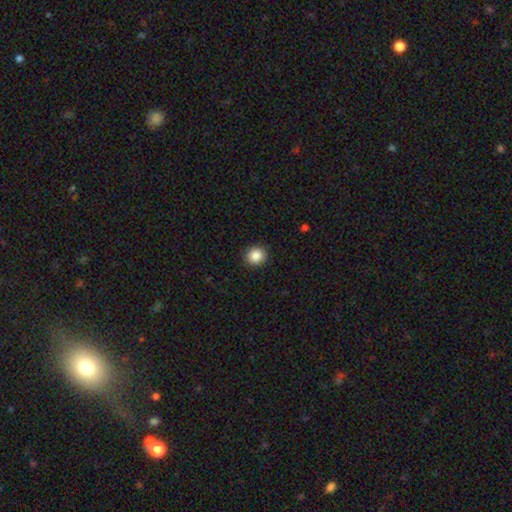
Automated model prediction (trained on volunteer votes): Smooth or featured? smooth (87%)
How rounded? round (91%)
Merging? none (92%)